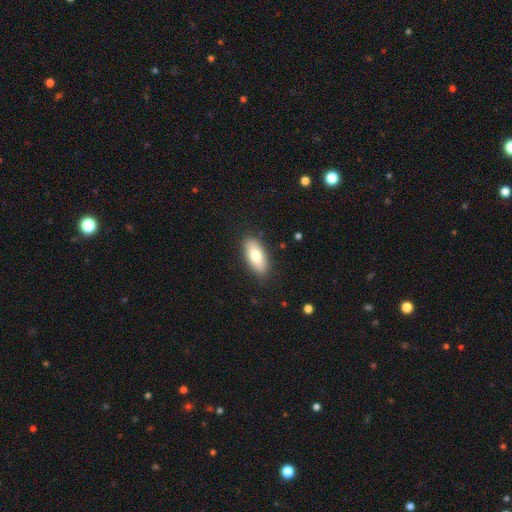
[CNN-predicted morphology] Smooth or featured? Predicted: smooth (p=0.78). How rounded? Predicted: in between (p=0.85). Merging? Predicted: none (p=0.87).